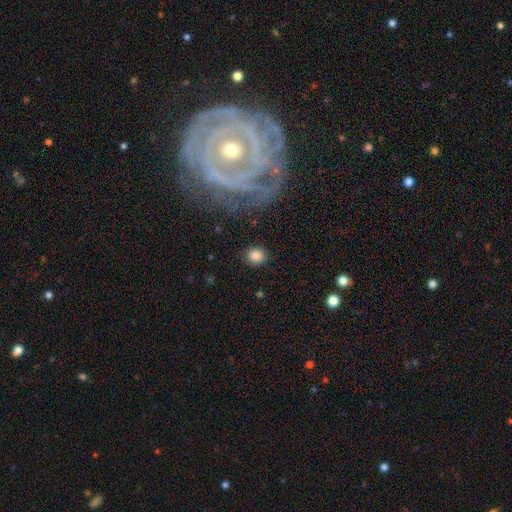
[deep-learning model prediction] This is clearly a smooth galaxy (85%). How rounded: likely round (76%). Merging: clearly none (85%).